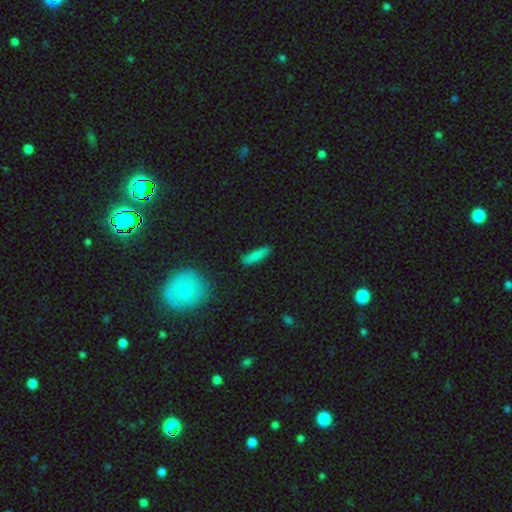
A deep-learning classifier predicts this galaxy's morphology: Smooth or featured? Predicted: smooth (p=0.82). How rounded? Predicted: cigar-shaped (p=0.72). Merging? Predicted: none (p=0.84).